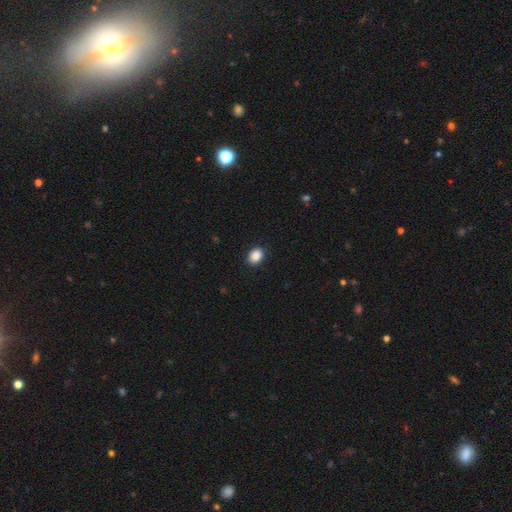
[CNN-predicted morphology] Q: Smooth or featured?
A: smooth (89%); runner-up: star or artifact (8%)
Q: How rounded?
A: in between (64%); runner-up: round (35%)
Q: Merging?
A: none (89%); runner-up: minor disturbance (8%)